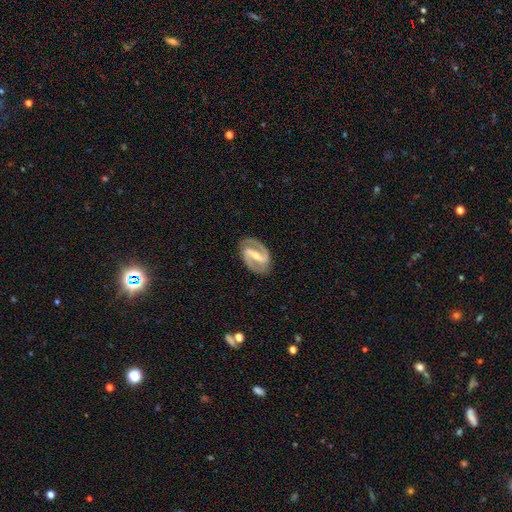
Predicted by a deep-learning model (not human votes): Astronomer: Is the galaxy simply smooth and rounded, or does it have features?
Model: featured or disk — 91%.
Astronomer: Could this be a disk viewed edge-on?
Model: no — 97%.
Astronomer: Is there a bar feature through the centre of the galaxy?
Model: strong — 73%.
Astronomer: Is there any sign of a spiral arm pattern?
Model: yes — 96%.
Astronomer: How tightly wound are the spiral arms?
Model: medium — 52% (runner-up: tight, 34%).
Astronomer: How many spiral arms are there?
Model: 2 — 94%.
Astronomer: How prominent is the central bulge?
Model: small — 54% (runner-up: moderate, 39%).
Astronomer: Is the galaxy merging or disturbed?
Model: none — 87%.